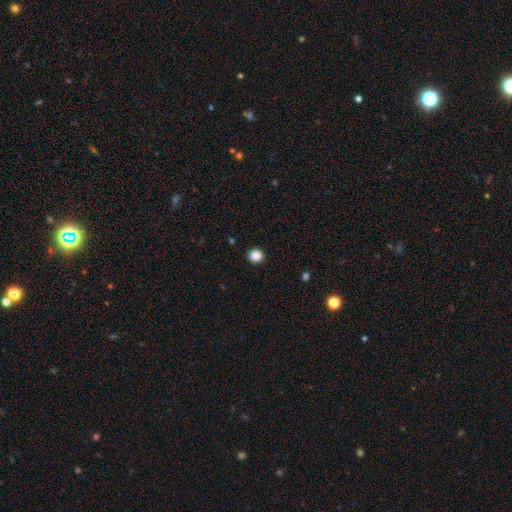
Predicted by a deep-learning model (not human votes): smooth_or_featured: smooth (p=0.87) [alt: star or artifact p=0.10]
how_rounded: round (p=0.81) [alt: in between p=0.18]
merging: none (p=0.92) [alt: minor disturbance p=0.05]